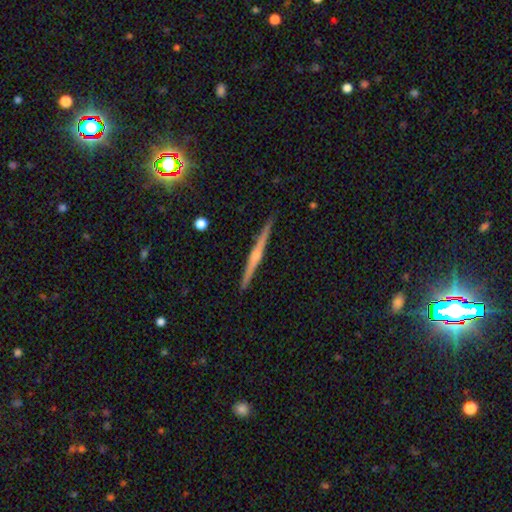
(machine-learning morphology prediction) A featured or disk galaxy (75%) viewed edge-on (98%) with a rounded central bulge (76%). Merging: none (92%).